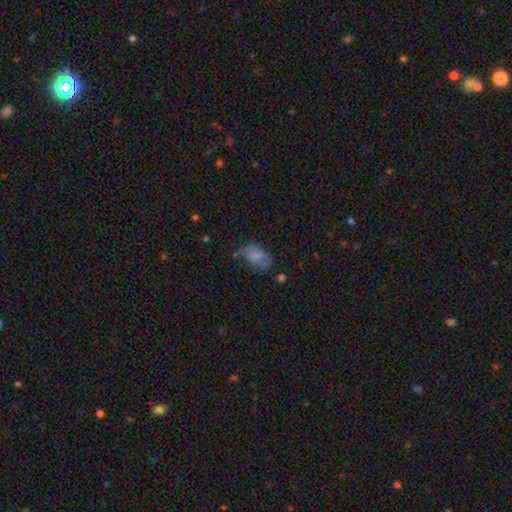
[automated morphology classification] Smooth or featured?
  - smooth: 75% *
  - featured or disk: 15%
  - star or artifact: 10%
How rounded?
  - in between: 88% *
  - round: 10%
  - cigar-shaped: 2%
Merging?
  - none: 45% *
  - minor disturbance: 34%
  - major disturbance: 17%
  - merger: 4%